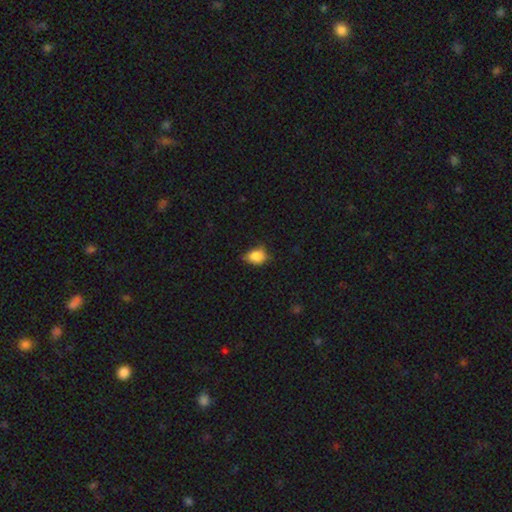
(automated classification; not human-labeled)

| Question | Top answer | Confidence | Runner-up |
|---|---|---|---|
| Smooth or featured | smooth | 83% | star or artifact (9%) |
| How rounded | in between | 60% | round (39%) |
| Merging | none | 49% | minor disturbance (40%) |